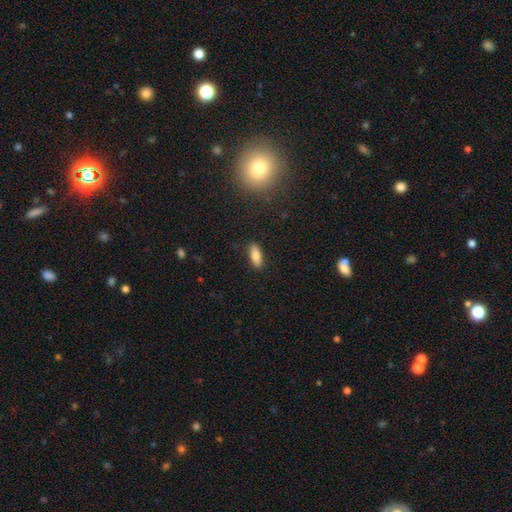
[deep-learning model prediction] Morphology: type=smooth (83%); roundness=in between (73%); merging=none (88%).